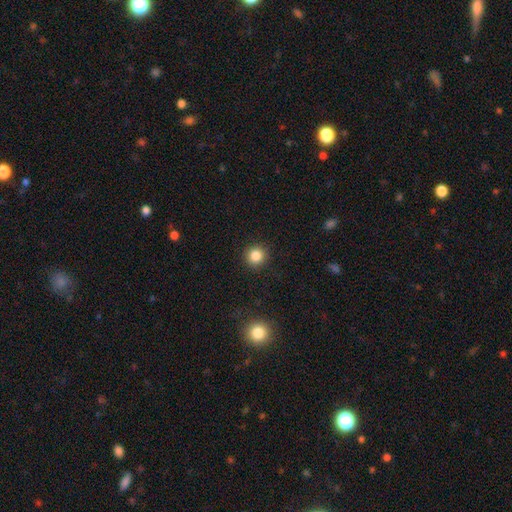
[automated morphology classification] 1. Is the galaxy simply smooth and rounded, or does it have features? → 85% smooth, 11% star or artifact, 4% featured or disk.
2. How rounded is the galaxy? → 94% round, 5% in between, 1% cigar-shaped.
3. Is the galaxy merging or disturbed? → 91% none, 6% minor disturbance, 2% major disturbance, 1% merger.